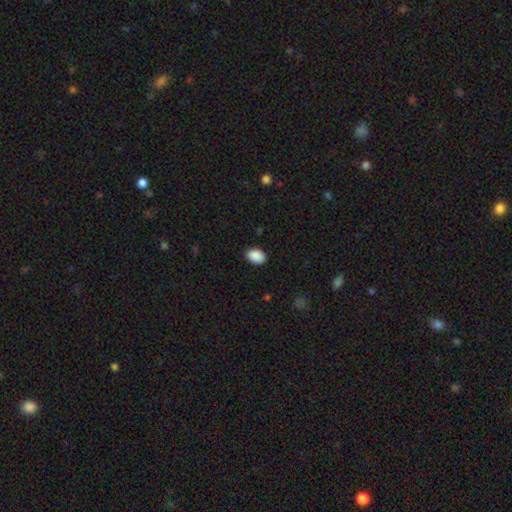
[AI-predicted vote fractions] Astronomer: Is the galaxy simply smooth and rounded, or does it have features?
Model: smooth — 90%.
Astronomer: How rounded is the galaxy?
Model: in between — 80%.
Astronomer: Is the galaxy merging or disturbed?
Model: none — 88%.